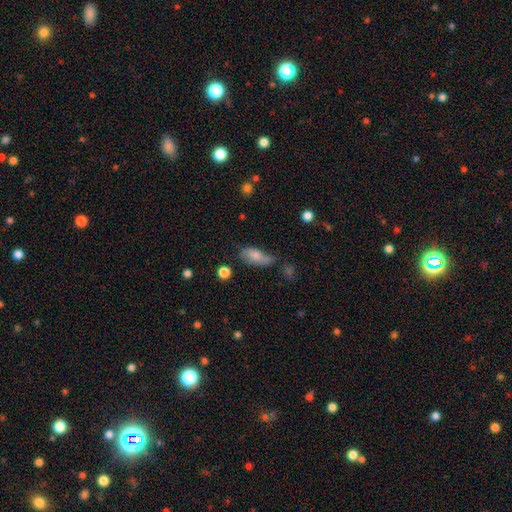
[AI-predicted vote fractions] smooth_or_featured: smooth (p=0.74) [alt: featured or disk p=0.18]
how_rounded: in between (p=0.82) [alt: cigar-shaped p=0.14]
merging: none (p=0.46) [alt: minor disturbance p=0.35]